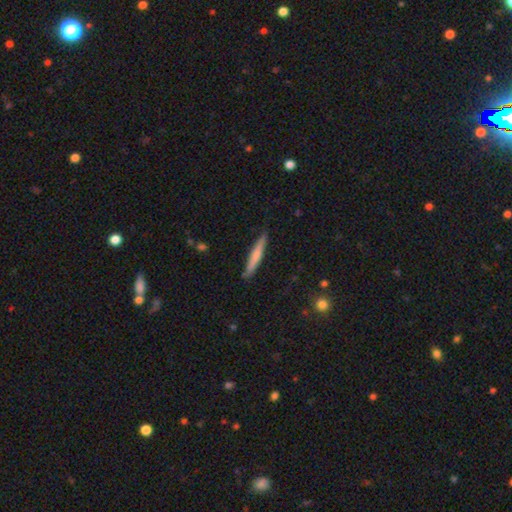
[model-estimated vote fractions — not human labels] This appears to be a smooth galaxy with no disk features (64%) that is cigar-shaped (94%). Merging: none (87%).